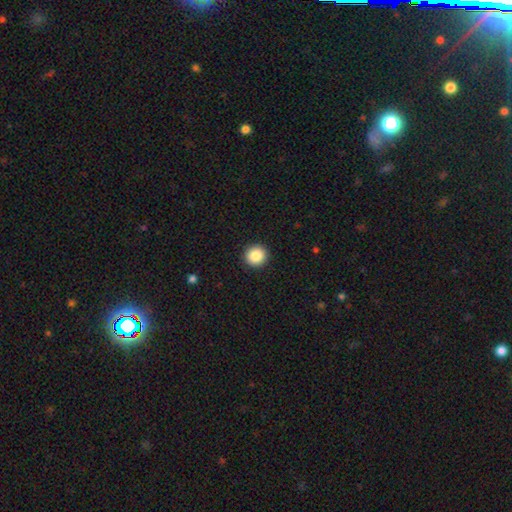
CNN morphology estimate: smooth-or-featured: smooth: 87% | star or artifact: 9% | featured or disk: 4%
  how-rounded: round: 93% | in between: 6% | cigar-shaped: 1%
  merging: none: 93% | minor disturbance: 5% | major disturbance: 2% | merger: 1%